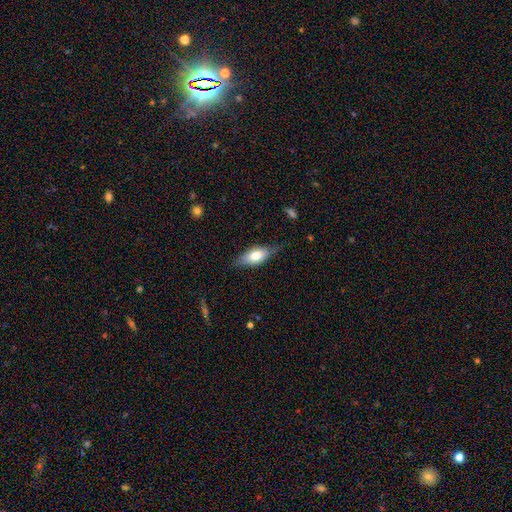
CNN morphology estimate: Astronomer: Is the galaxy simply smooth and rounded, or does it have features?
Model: smooth — 65%.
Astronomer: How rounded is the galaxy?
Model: in between — 79%.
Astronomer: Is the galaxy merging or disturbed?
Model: none — 70%.